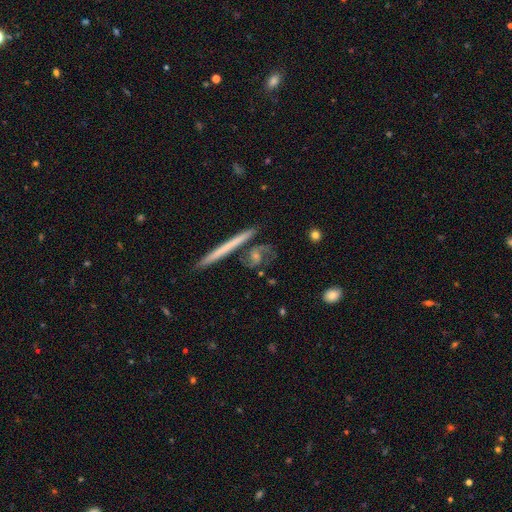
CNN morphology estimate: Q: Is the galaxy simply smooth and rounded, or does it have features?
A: featured or disk — 73%.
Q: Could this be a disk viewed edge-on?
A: no — 78%.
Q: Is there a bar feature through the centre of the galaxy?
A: no — 60%.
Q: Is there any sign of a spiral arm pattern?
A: yes — 88%.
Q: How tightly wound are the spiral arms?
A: medium — 48%.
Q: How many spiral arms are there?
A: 2 — 76%.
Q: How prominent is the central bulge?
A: small — 43%.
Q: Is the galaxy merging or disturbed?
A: none — 65%.